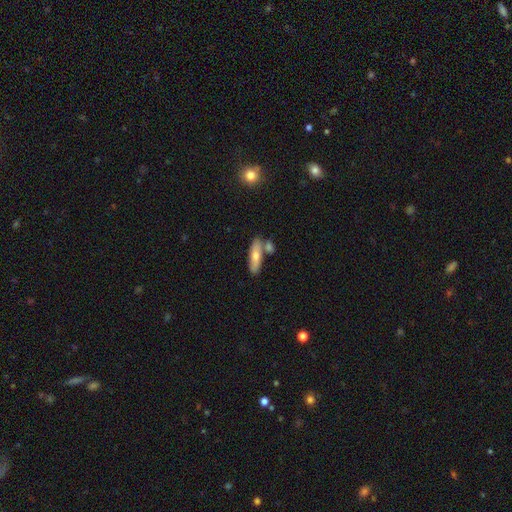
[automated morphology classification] A smooth galaxy with no disk features (66%) that is cigar-shaped (52%).

Vote fractions:
- Smooth or featured? smooth: 66% / featured or disk: 28% / star or artifact: 6%
- How rounded? cigar-shaped: 52% / in between: 45% / round: 3%
- Merging? none: 62% / merger: 22% / minor disturbance: 12% / major disturbance: 3%